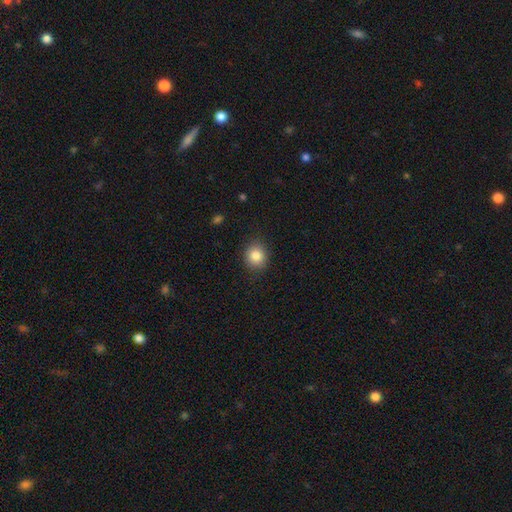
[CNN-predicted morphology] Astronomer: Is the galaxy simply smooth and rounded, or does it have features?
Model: smooth — 85%.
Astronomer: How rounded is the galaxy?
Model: round — 78%.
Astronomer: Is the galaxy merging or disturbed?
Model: none — 87%.